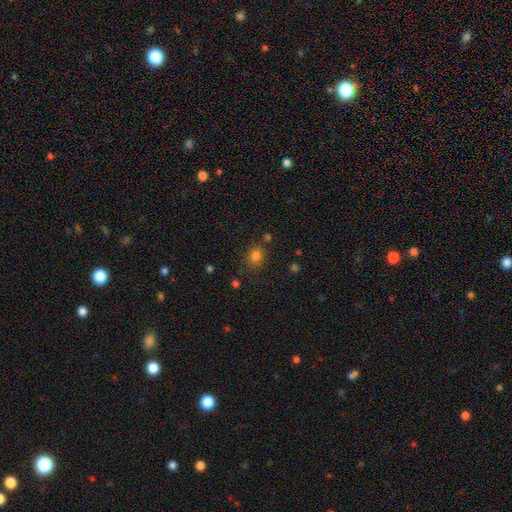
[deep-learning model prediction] Q: Smooth or featured?
A: smooth (80%); runner-up: star or artifact (15%)
Q: How rounded?
A: round (65%); runner-up: in between (34%)
Q: Merging?
A: none (76%); runner-up: minor disturbance (14%)